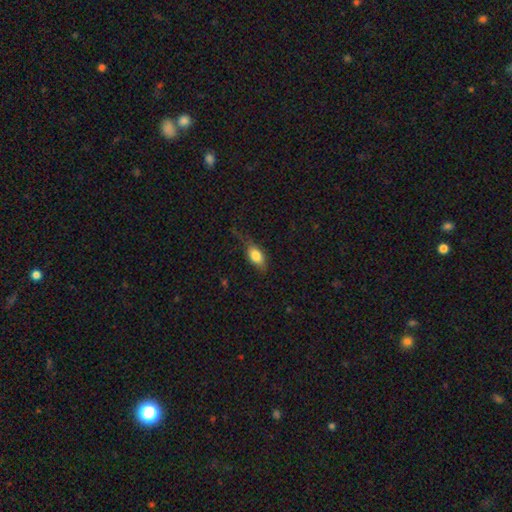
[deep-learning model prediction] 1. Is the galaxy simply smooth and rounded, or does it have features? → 76% smooth, 16% featured or disk, 8% star or artifact.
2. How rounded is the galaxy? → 83% in between, 8% round, 8% cigar-shaped.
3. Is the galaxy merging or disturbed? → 52% none, 30% minor disturbance, 16% major disturbance, 2% merger.